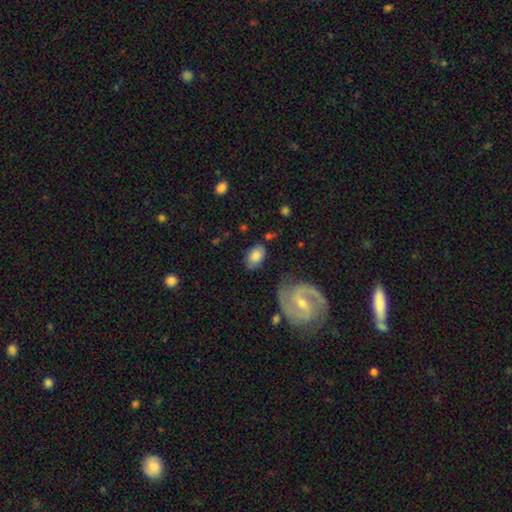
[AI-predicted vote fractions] The model was most divided on "merging": none: 71%, minor disturbance: 19%, major disturbance: 6%, merger: 4%. More confident: how rounded — in between (88%); smooth or featured — smooth (73%).